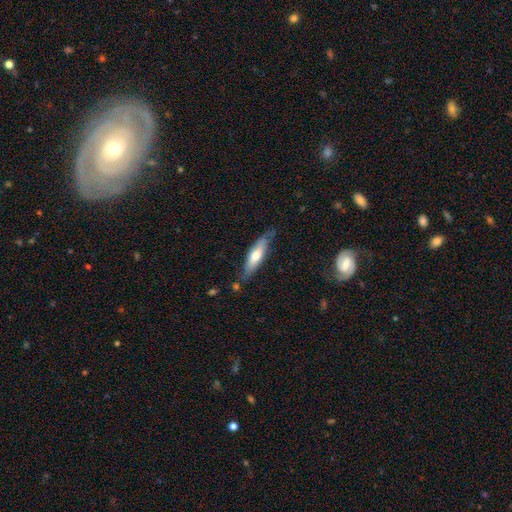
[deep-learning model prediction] The model was most divided on "smooth or featured": smooth: 57%, featured or disk: 38%, star or artifact: 5%. More confident: merging — none (70%); how rounded — cigar-shaped (68%).